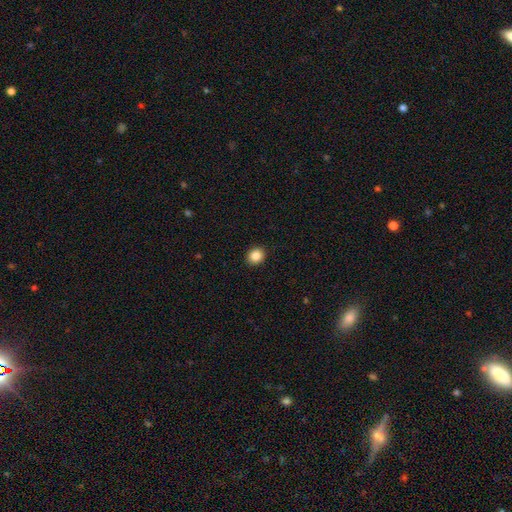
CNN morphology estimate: Smooth or featured? smooth (86%)
How rounded? round (77%)
Merging? none (92%)